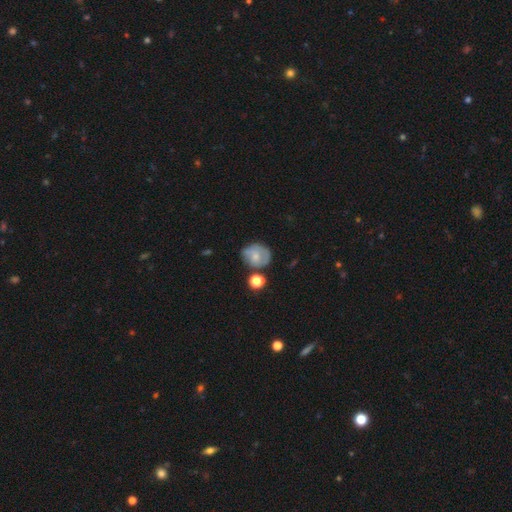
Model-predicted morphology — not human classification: A smooth galaxy with no disk features (53%) that is round (71%).

Vote fractions:
- Smooth or featured? smooth: 53% / featured or disk: 38% / star or artifact: 9%
- How rounded? round: 71% / in between: 28% / cigar-shaped: 1%
- Merging? none: 55% / minor disturbance: 26% / merger: 10% / major disturbance: 9%